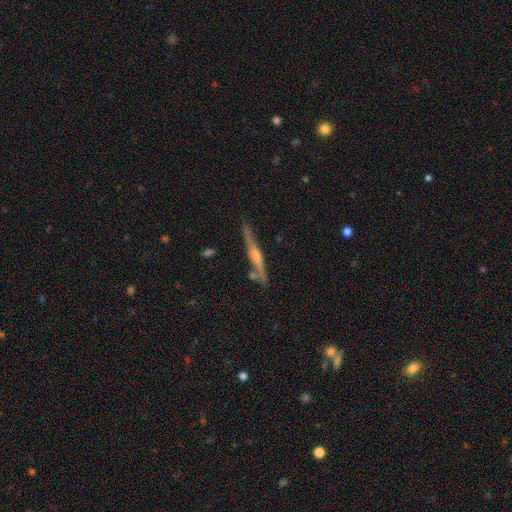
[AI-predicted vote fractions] smooth-or-featured: featured or disk: 72% | smooth: 22% | star or artifact: 6%
  disk-edge-on: yes: 96% | no: 4%
    edge-on-bulge: rounded: 73% | none: 17% | boxy: 11%
  merging: none: 78% | minor disturbance: 14% | merger: 5% | major disturbance: 3%